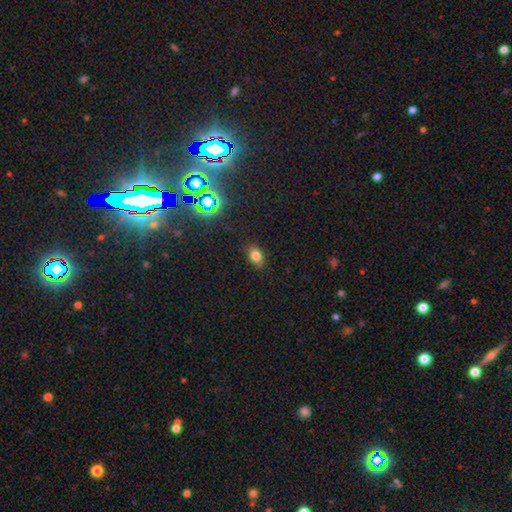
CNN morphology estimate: smooth_or_featured: smooth (p=0.77) [alt: star or artifact p=0.15]
how_rounded: in between (p=0.79) [alt: round p=0.19]
merging: none (p=0.84) [alt: minor disturbance p=0.12]